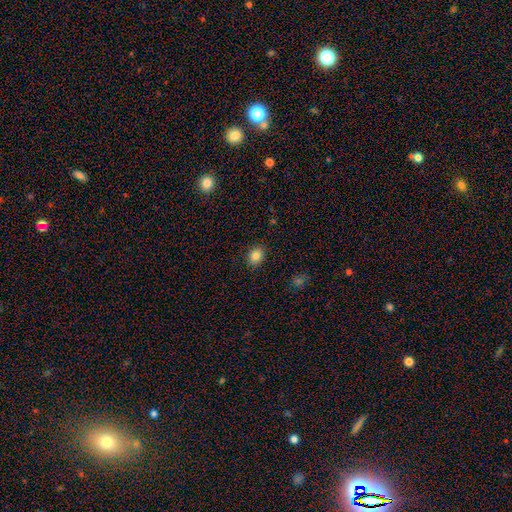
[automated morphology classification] The model was most divided on "how rounded": round: 53%, in between: 46%, cigar-shaped: 1%. More confident: merging — none (89%); smooth or featured — smooth (84%).